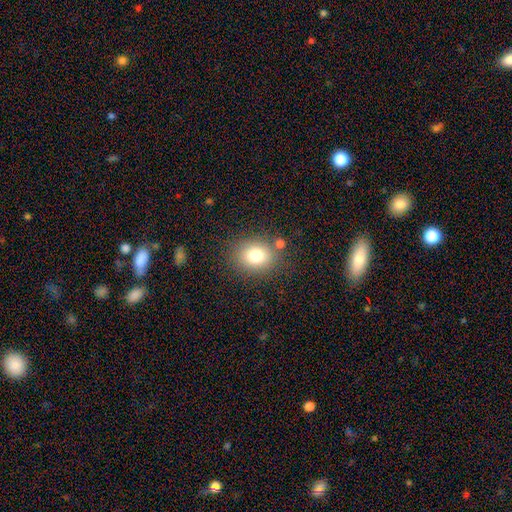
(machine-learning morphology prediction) A smooth galaxy with no disk features (78%) that is round (61%).

Vote fractions:
- Smooth or featured? smooth: 78% / star or artifact: 12% / featured or disk: 10%
- How rounded? round: 61% / in between: 38% / cigar-shaped: 1%
- Merging? none: 78% / minor disturbance: 12% / merger: 6% / major disturbance: 4%